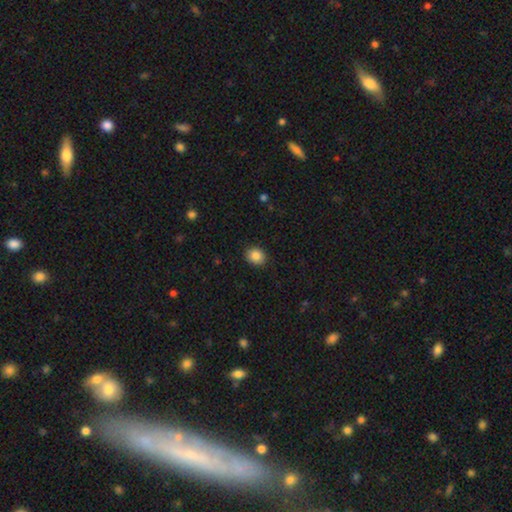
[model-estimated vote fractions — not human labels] Smooth or featured? smooth (87%)
How rounded? round (57%)
Merging? none (90%)